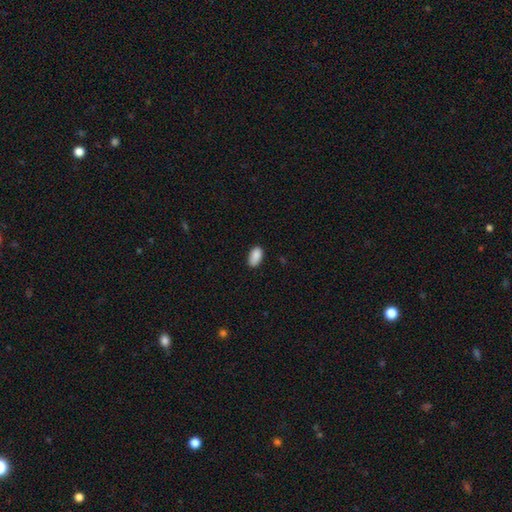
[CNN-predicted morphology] smooth_or_featured: smooth (p=0.89) [alt: star or artifact p=0.07]
how_rounded: in between (p=0.94) [alt: round p=0.04]
merging: none (p=0.82) [alt: minor disturbance p=0.15]